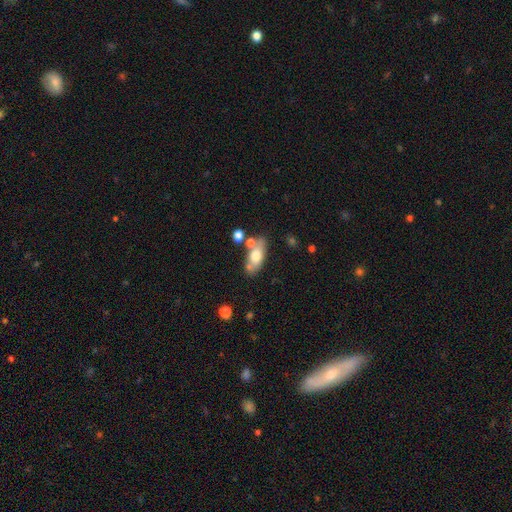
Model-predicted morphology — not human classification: smooth_or_featured: smooth (p=0.65) [alt: featured or disk p=0.27]
how_rounded: in between (p=0.80) [alt: cigar-shaped p=0.13]
merging: none (p=0.65) [alt: merger p=0.16]